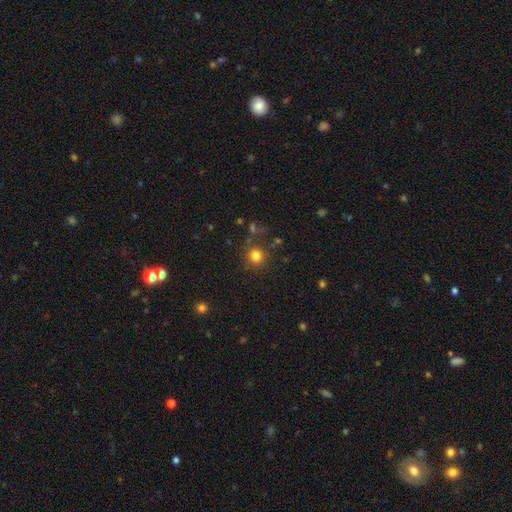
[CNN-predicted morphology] A smooth galaxy with no disk features (81%) that is round (92%).

Vote fractions:
- Smooth or featured? smooth: 81% / star or artifact: 14% / featured or disk: 6%
- How rounded? round: 92% / in between: 7% / cigar-shaped: 1%
- Merging? none: 82% / minor disturbance: 9% / merger: 5% / major disturbance: 4%